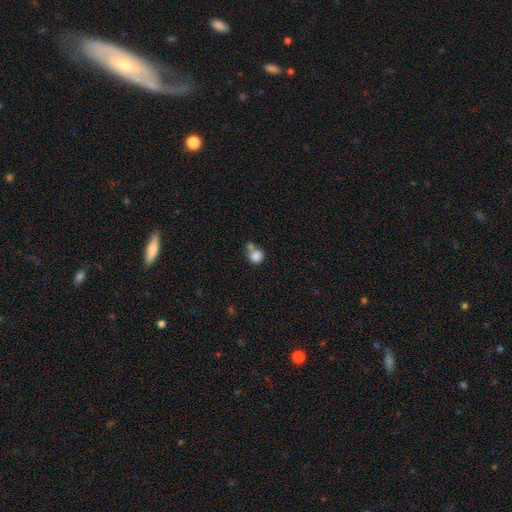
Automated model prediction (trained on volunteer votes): This is clearly a smooth galaxy (84%). How rounded: clearly round (86%). Merging: marginally none (44%).